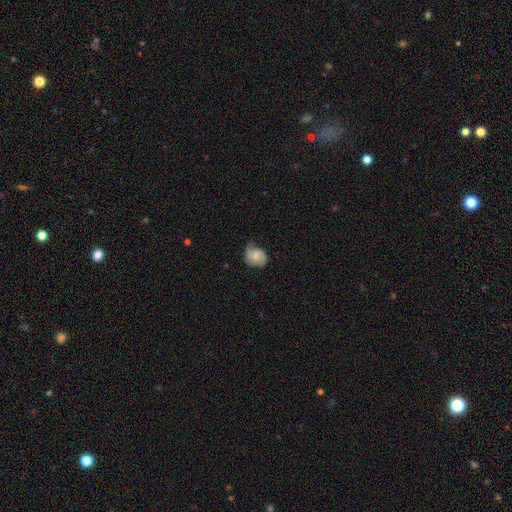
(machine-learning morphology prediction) Overall: smooth (47%; featured or disk 45%). Merging: none (52%; minor disturbance 35%).